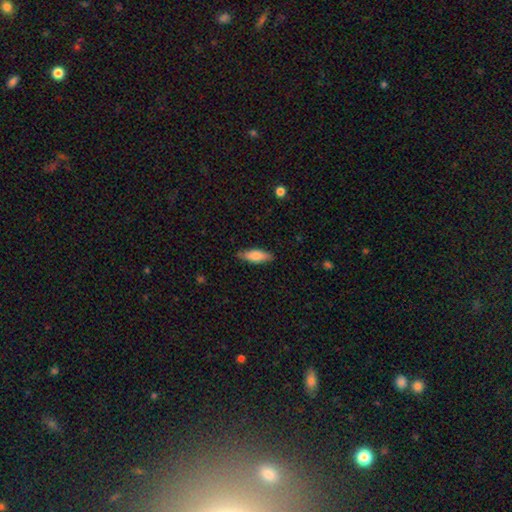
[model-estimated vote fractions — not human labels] Smooth or featured?
  - smooth: 79% *
  - featured or disk: 15%
  - star or artifact: 6%
How rounded?
  - in between: 62% *
  - cigar-shaped: 36%
  - round: 2%
Merging?
  - none: 83% *
  - minor disturbance: 14%
  - major disturbance: 2%
  - merger: 1%